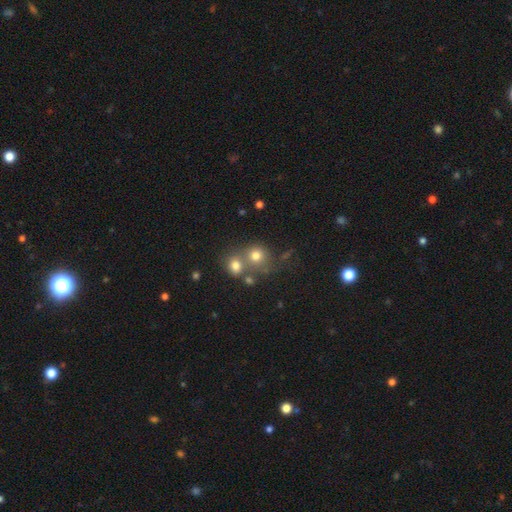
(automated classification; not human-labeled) This is likely a smooth galaxy (74%). How rounded: clearly round (82%). Merging: possibly none (46%).